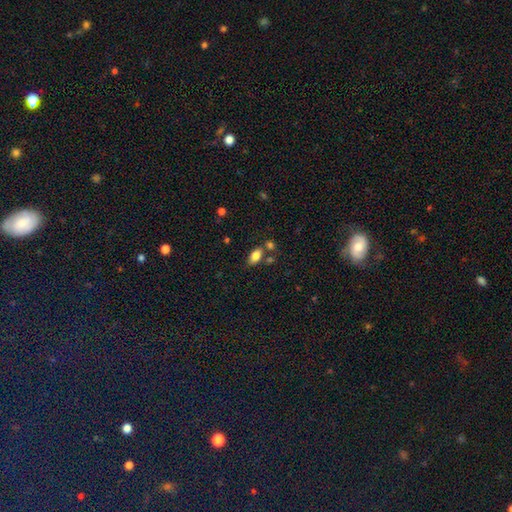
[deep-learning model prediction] smooth-or-featured: smooth: 83% | star or artifact: 9% | featured or disk: 8%
  how-rounded: in between: 91% | round: 6% | cigar-shaped: 3%
  merging: none: 66% | merger: 17% | minor disturbance: 13% | major disturbance: 4%